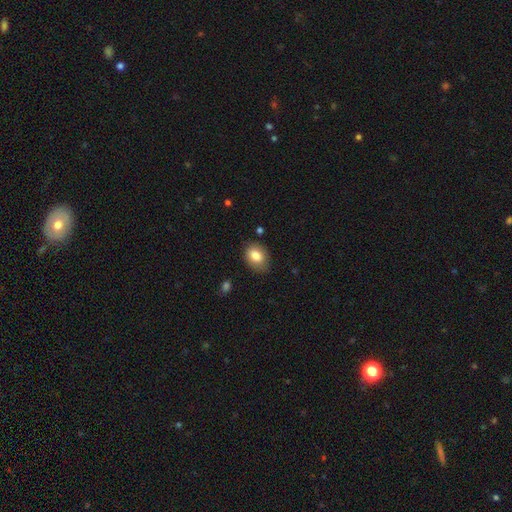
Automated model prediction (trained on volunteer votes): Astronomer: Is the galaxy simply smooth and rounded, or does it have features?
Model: smooth — 82%.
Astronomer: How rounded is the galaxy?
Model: in between — 69%.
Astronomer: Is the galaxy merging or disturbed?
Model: none — 79%.